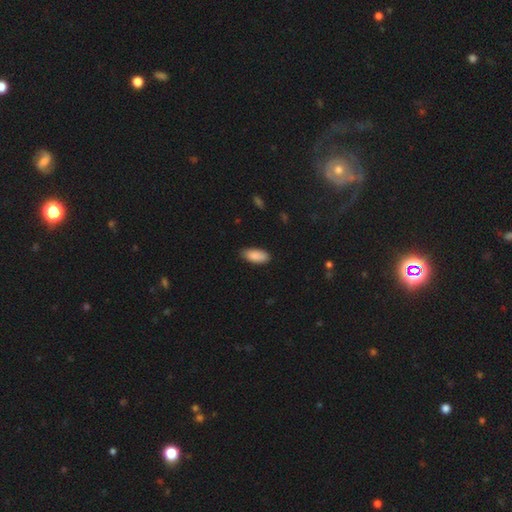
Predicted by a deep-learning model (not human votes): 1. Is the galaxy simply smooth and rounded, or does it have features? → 89% smooth, 6% star or artifact, 5% featured or disk.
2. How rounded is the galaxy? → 90% in between, 9% cigar-shaped, 2% round.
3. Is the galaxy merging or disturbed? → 82% none, 15% minor disturbance, 2% major disturbance, 1% merger.